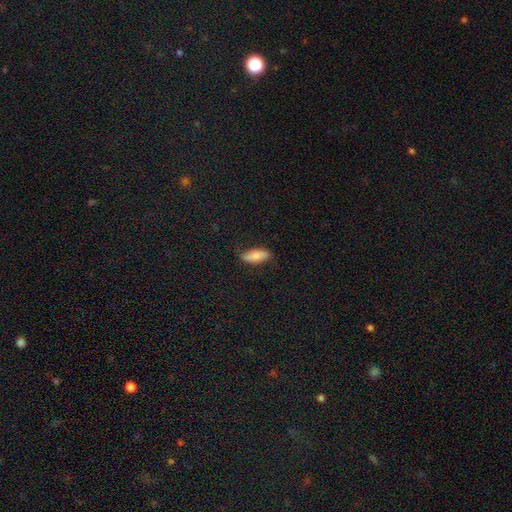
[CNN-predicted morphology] The model was most divided on "how rounded": in between: 76%, cigar-shaped: 22%, round: 2%. More confident: smooth or featured — smooth (81%); merging — none (80%).